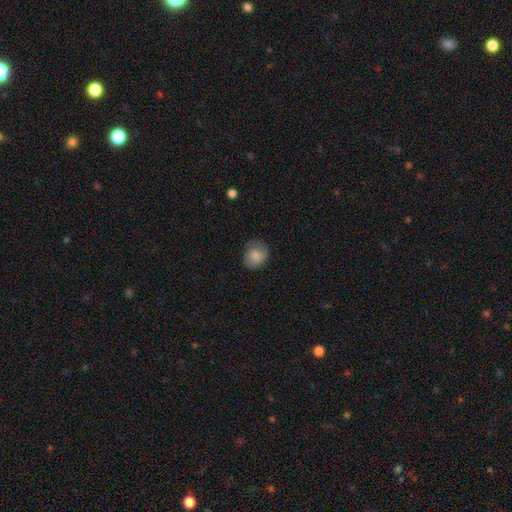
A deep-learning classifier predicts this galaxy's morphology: Smooth or featured: smooth — 74% (featured or disk — 19%)
How rounded: round — 59% (in between — 40%)
Merging: none — 67% (minor disturbance — 24%)